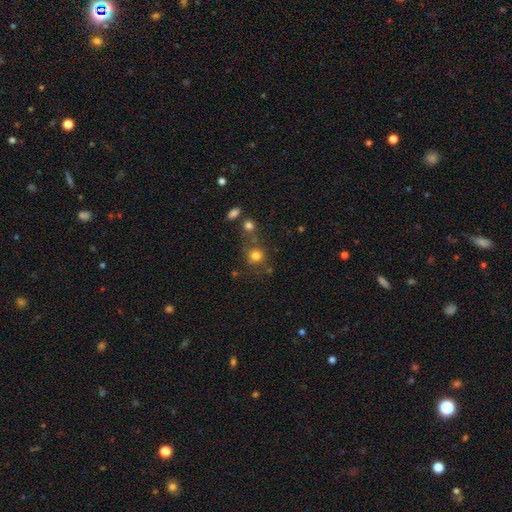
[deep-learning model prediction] A smooth galaxy with no disk features (76%) that is round (86%). Merging: none (66%).